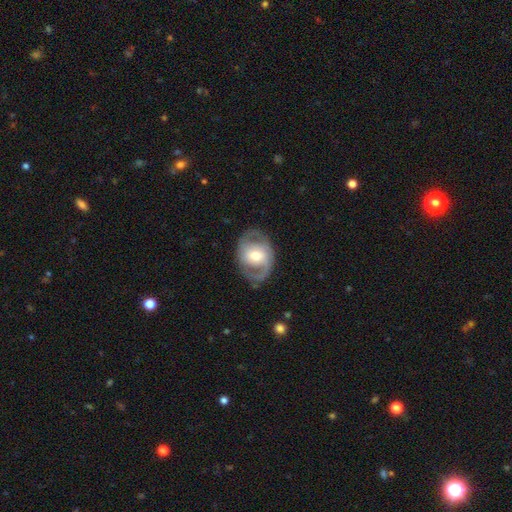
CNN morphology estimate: Smooth or featured? featured or disk (71%)
Edge-on disk? no (95%)
Bar? no (51%)
Spiral arms? yes (74%)
Bulge size? moderate (67%)
Merging? none (76%)